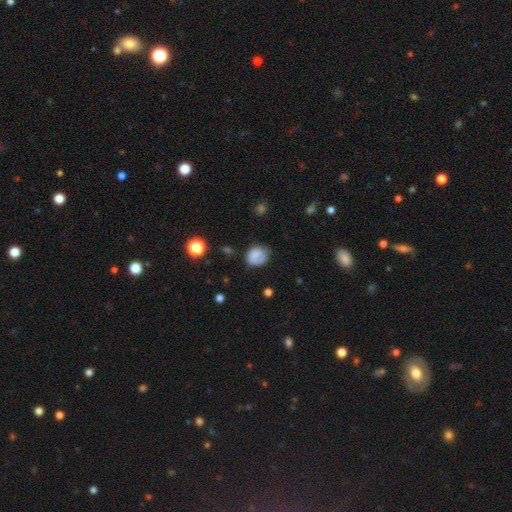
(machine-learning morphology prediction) This appears to be a smooth galaxy with no disk features (74%) that is round (64%). Merging: none (60%).